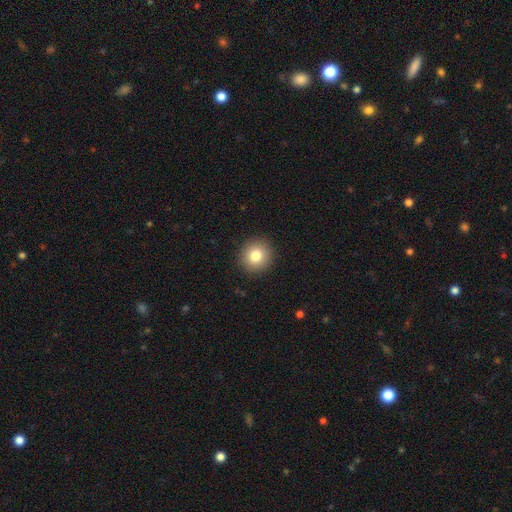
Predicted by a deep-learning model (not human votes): Morphology: type=smooth (81%); roundness=round (91%); merging=none (92%).